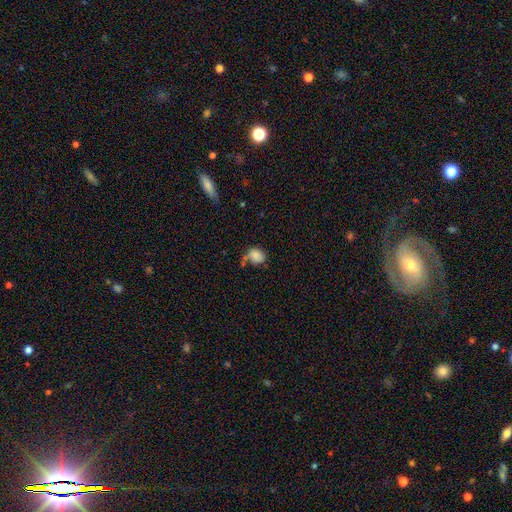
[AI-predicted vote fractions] This appears to be a smooth galaxy with no disk features (80%) that is in between round and cigar-shaped (60%). Merging: none (45%).